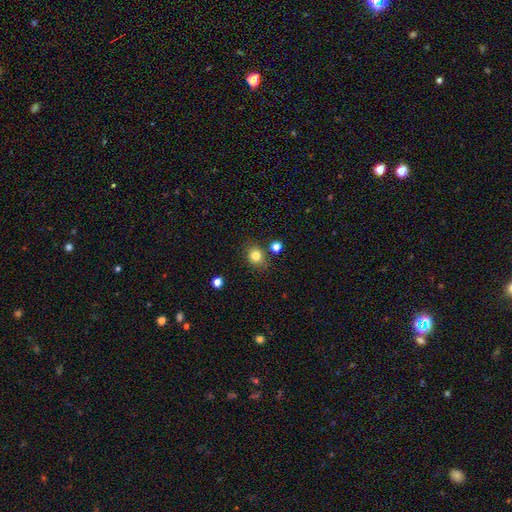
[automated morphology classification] Smooth or featured?
  - smooth: 81% *
  - star or artifact: 12%
  - featured or disk: 7%
How rounded?
  - round: 69% *
  - in between: 30%
  - cigar-shaped: 1%
Merging?
  - none: 79% *
  - minor disturbance: 12%
  - merger: 6%
  - major disturbance: 3%